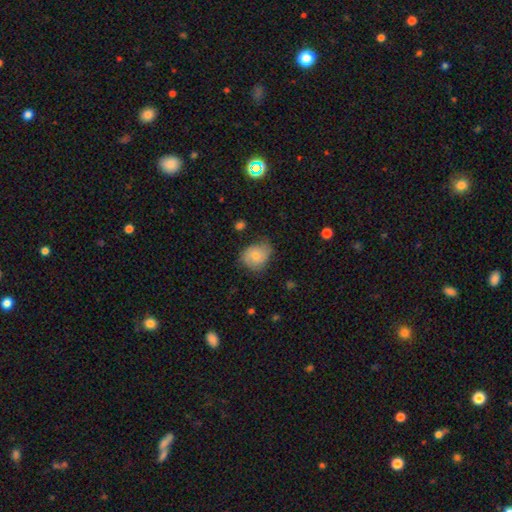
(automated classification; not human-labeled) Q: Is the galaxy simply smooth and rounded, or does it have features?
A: smooth — 67%.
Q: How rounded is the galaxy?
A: round — 56%.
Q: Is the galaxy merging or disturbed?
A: none — 54%.